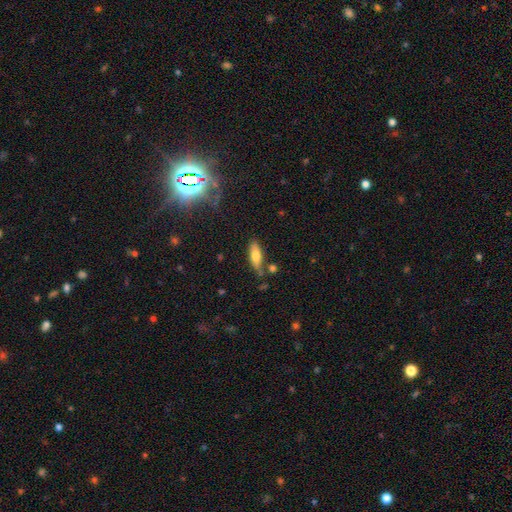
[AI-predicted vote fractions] Smooth or featured? smooth (69%)
How rounded? in between (59%)
Merging? none (70%)